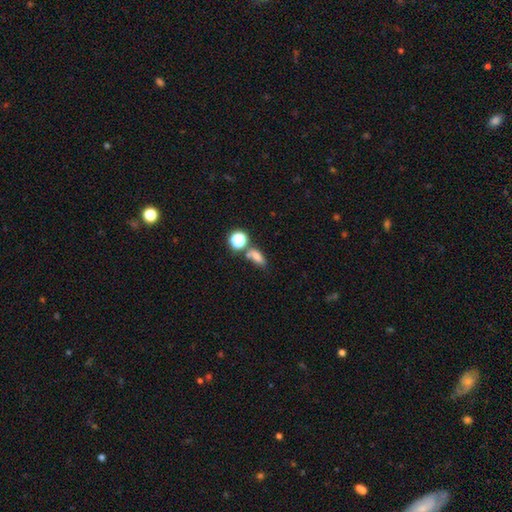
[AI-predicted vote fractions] Morphology: type=smooth (49%); merging=none (57%).